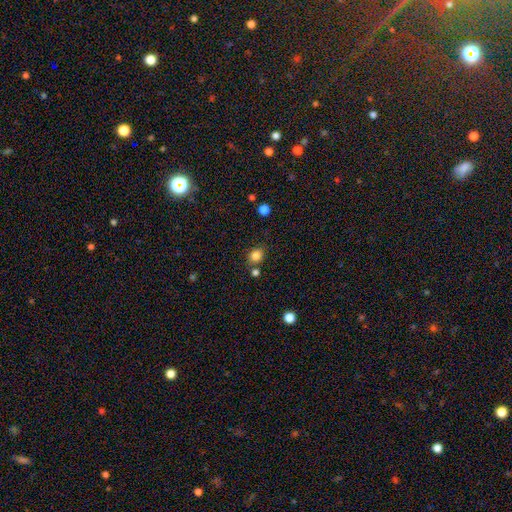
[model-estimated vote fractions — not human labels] Smooth or featured?
  - smooth: 83% *
  - star or artifact: 12%
  - featured or disk: 5%
How rounded?
  - round: 60% *
  - in between: 39%
  - cigar-shaped: 1%
Merging?
  - none: 73% *
  - minor disturbance: 13%
  - merger: 10%
  - major disturbance: 4%